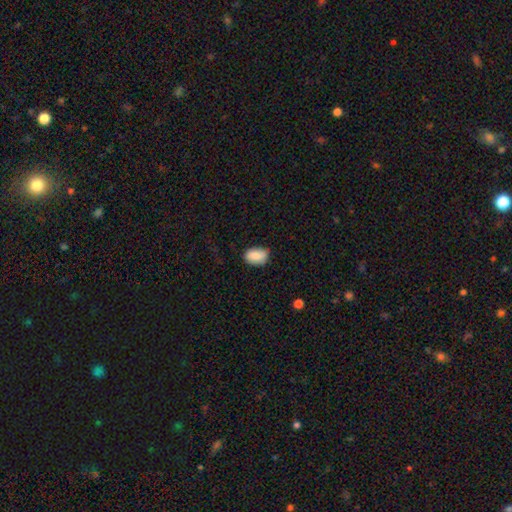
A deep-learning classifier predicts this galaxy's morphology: The model was most divided on "merging": none: 68%, minor disturbance: 26%, major disturbance: 4%, merger: 1%. More confident: how rounded — in between (82%); smooth or featured — smooth (81%).